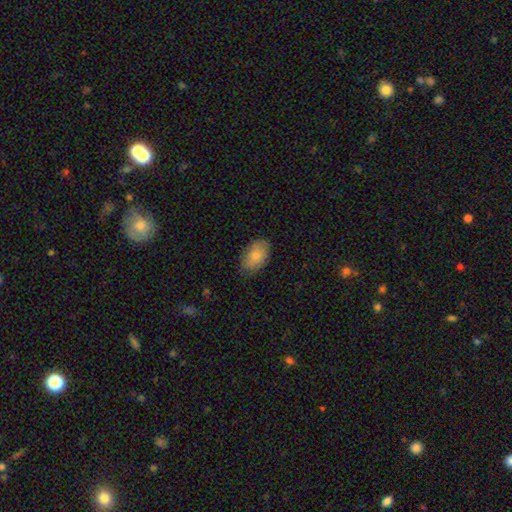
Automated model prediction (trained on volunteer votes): A smooth galaxy with no disk features (82%) that is in between round and cigar-shaped (91%). Merging: none (75%).